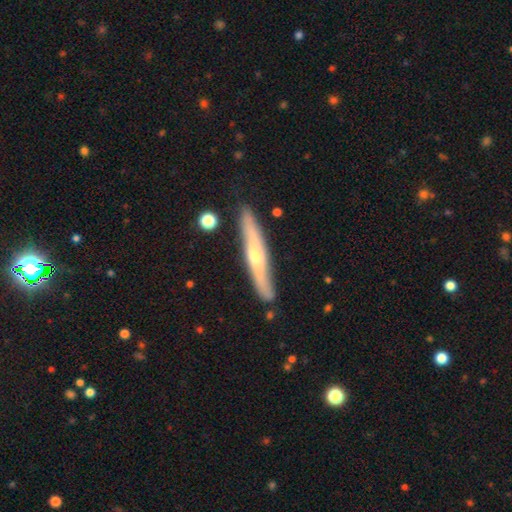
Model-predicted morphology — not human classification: featured or disk 62%, smooth 32%, star or artifact 6%. Down the decision tree: edge-on disk — yes (86%); edge-on bulge — rounded (81%); merging — none (84%).